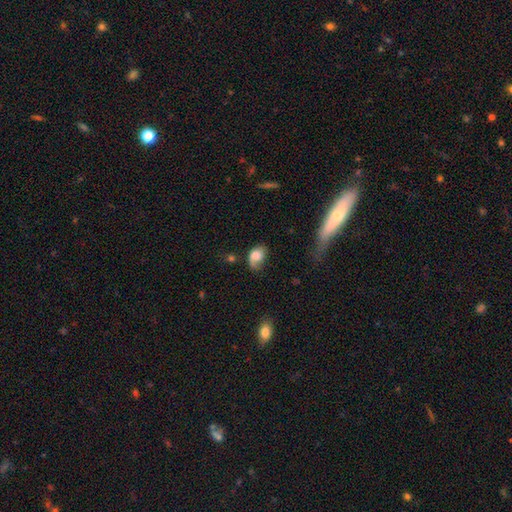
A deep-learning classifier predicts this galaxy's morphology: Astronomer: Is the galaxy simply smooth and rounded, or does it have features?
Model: smooth — 69%.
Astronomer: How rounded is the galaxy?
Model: in between — 77%.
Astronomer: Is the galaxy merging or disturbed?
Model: none — 36% (runner-up: minor disturbance, 35%).